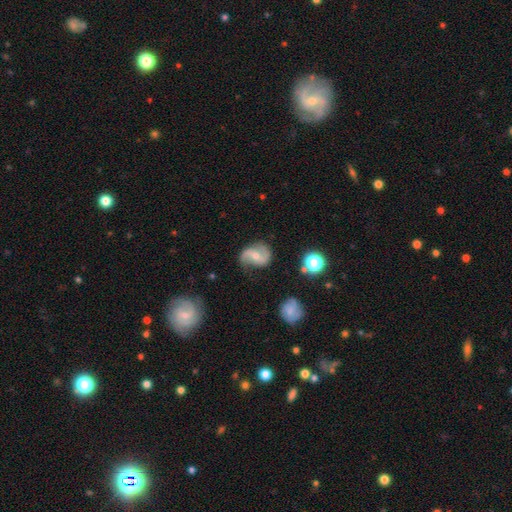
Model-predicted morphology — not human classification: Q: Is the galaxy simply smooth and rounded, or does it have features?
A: featured or disk — 79%.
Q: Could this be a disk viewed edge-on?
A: no — 97%.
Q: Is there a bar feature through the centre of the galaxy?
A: weak — 43%.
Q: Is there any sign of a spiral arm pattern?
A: yes — 94%.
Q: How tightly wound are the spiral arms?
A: loose — 53%.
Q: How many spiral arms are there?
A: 2 — 90%.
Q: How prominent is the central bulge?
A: moderate — 49%.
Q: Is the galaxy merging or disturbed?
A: none — 71%.